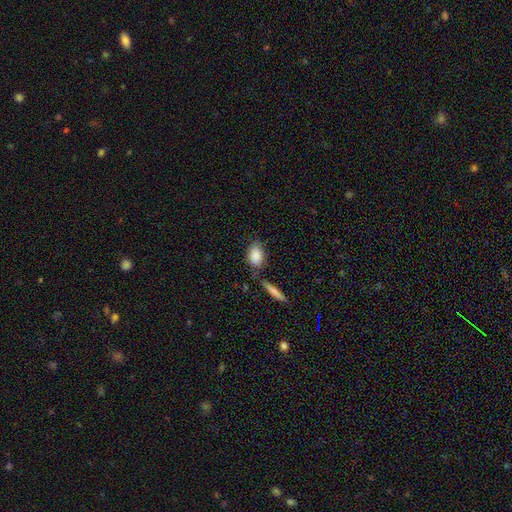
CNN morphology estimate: Overall: smooth (86%). How rounded: in between (87%). Merging: none (66%).